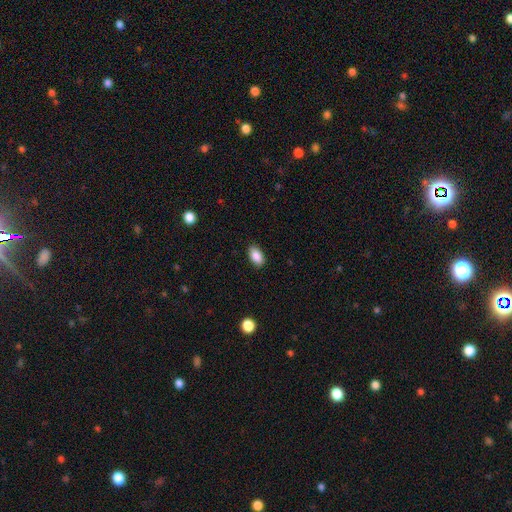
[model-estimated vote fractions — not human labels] Smooth or featured?
  - smooth: 89% *
  - star or artifact: 8%
  - featured or disk: 4%
How rounded?
  - in between: 92% *
  - round: 6%
  - cigar-shaped: 2%
Merging?
  - none: 88% *
  - minor disturbance: 9%
  - major disturbance: 2%
  - merger: 1%